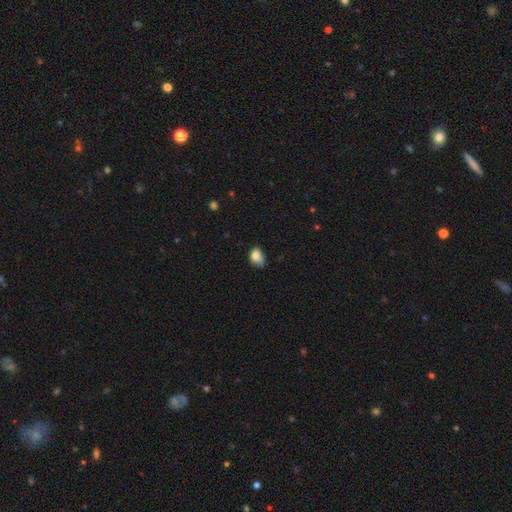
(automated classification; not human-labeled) Morphology: type=smooth (79%); roundness=in between (73%); merging=none (43%).